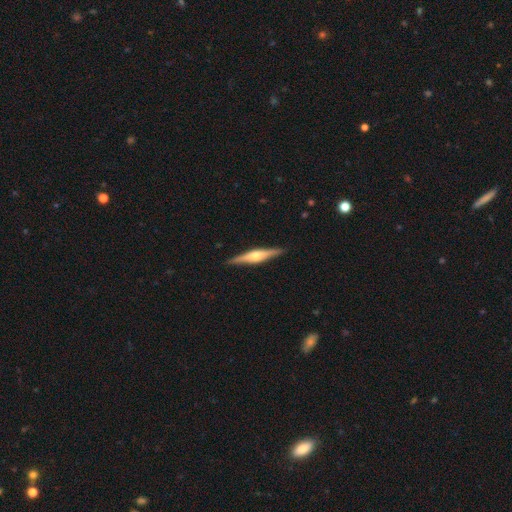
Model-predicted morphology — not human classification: smooth-or-featured: featured or disk: 75% | smooth: 20% | star or artifact: 5%
  disk-edge-on: yes: 97% | no: 3%
    edge-on-bulge: rounded: 87% | boxy: 10% | none: 3%
  merging: none: 90% | minor disturbance: 7% | major disturbance: 1% | merger: 1%